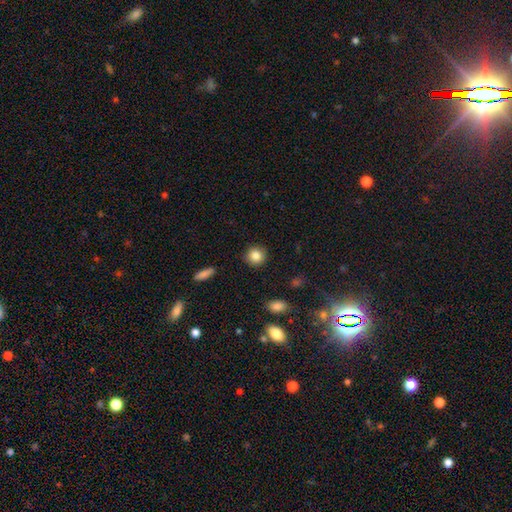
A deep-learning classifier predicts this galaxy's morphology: smooth-or-featured: smooth: 85% | star or artifact: 9% | featured or disk: 6%
  how-rounded: round: 90% | in between: 9% | cigar-shaped: 1%
  merging: none: 90% | minor disturbance: 6% | major disturbance: 2% | merger: 1%